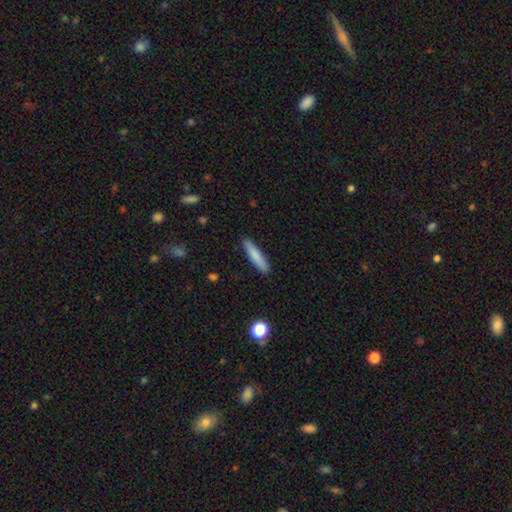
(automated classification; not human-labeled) smooth_or_featured: smooth (p=0.79) [alt: featured or disk p=0.15]
how_rounded: cigar-shaped (p=0.87) [alt: in between p=0.11]
merging: none (p=0.88) [alt: minor disturbance p=0.09]